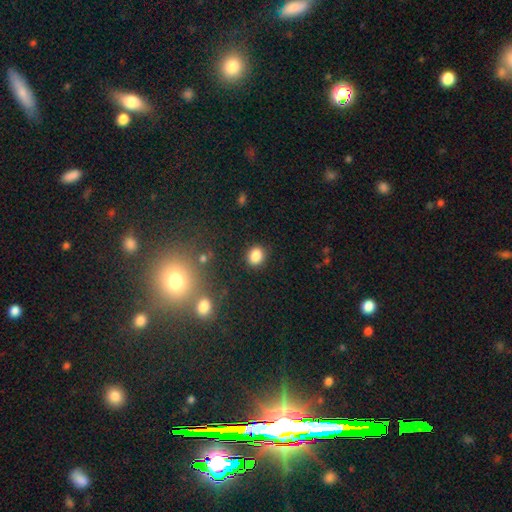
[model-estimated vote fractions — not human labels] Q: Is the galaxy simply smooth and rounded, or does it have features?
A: smooth — 85%.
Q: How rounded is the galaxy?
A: round — 61%.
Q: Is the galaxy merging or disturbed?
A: none — 87%.